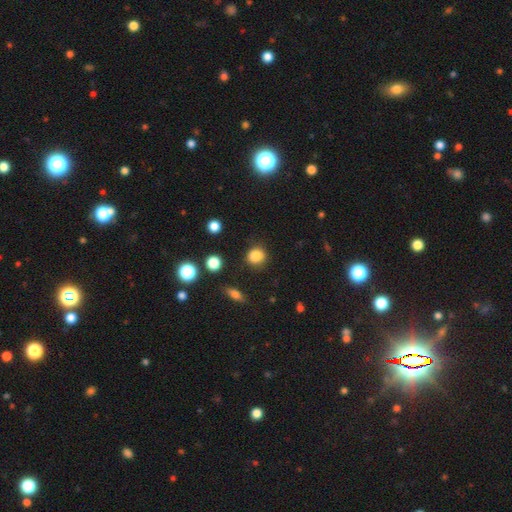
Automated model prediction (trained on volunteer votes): Overall: smooth (85%). How rounded: round (77%). Merging: none (82%).